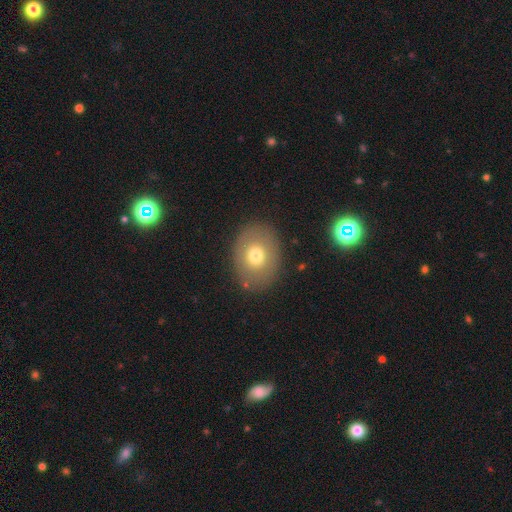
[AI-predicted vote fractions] Smooth or featured?
  - smooth: 66% *
  - featured or disk: 25%
  - star or artifact: 8%
How rounded?
  - in between: 61% *
  - round: 38%
  - cigar-shaped: 1%
Merging?
  - none: 85% *
  - minor disturbance: 10%
  - major disturbance: 4%
  - merger: 2%